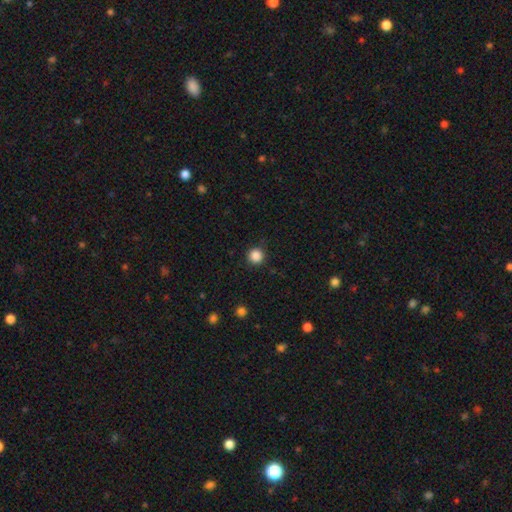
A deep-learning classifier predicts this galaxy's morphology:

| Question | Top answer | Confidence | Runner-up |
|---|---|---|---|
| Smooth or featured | smooth | 86% | star or artifact (11%) |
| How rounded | round | 96% | in between (3%) |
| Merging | none | 91% | minor disturbance (6%) |